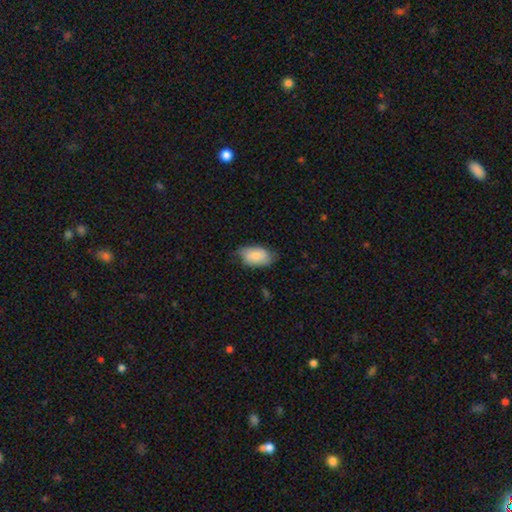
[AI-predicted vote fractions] smooth_or_featured: smooth (p=0.81) [alt: featured or disk p=0.13]
how_rounded: in between (p=0.93) [alt: round p=0.05]
merging: none (p=0.65) [alt: minor disturbance p=0.28]